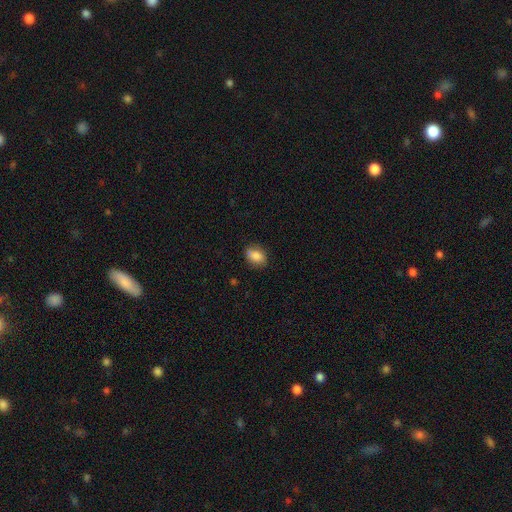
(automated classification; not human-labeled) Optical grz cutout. It shows a smooth galaxy with no disk features (82%) that is in between round and cigar-shaped (71%). Merging: none (78%).